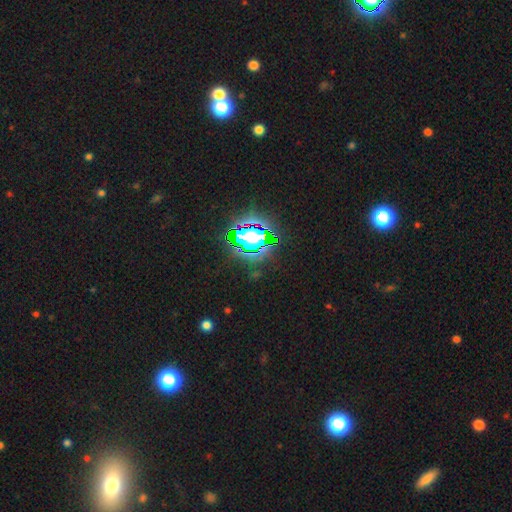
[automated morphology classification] Q: Smooth or featured?
A: star or artifact (78%); runner-up: smooth (13%)